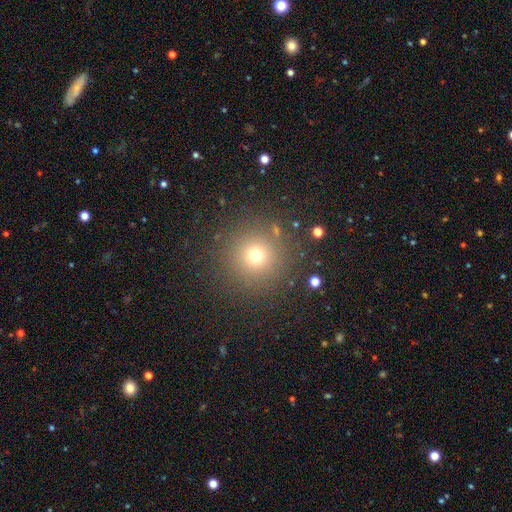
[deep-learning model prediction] This appears to be a smooth galaxy with no disk features (70%) that is round (95%). Merging: none (87%).